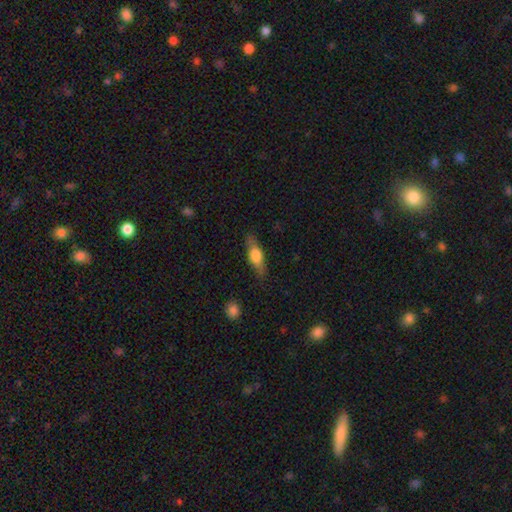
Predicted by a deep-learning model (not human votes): A smooth galaxy with no disk features (57%) that is in between round and cigar-shaped (50%). Merging: none (82%).